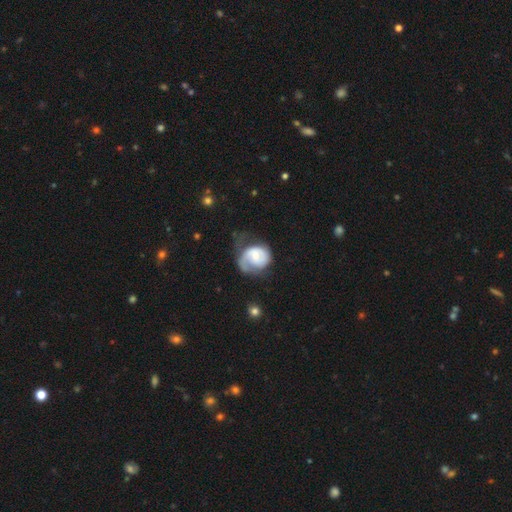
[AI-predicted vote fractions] Smooth or featured?
  - featured or disk: 68% *
  - smooth: 26%
  - star or artifact: 6%
Edge-on disk?
  - no: 98% *
  - yes: 2%
Bar?
  - no: 61% *
  - weak: 33%
  - strong: 6%
Spiral arms?
  - yes: 87% *
  - no: 13%
Spiral winding?
  - tight: 41% *
  - medium: 36%
  - loose: 23%
Spiral arm count?
  - 1: 46% *
  - 2: 38%
  - can't tell: 12%
  - 3: 2%
  - 4: 1%
  - more than 4: 1%
Bulge size?
  - small: 48% *
  - moderate: 42%
  - large: 5%
  - none: 4%
  - dominant: 1%
Merging?
  - none: 38% *
  - major disturbance: 33%
  - minor disturbance: 26%
  - merger: 3%